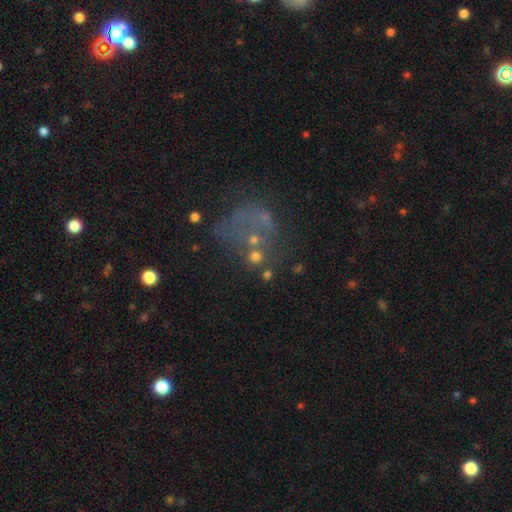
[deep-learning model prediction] Smooth or featured? smooth (38%)
Merging? none (37%)